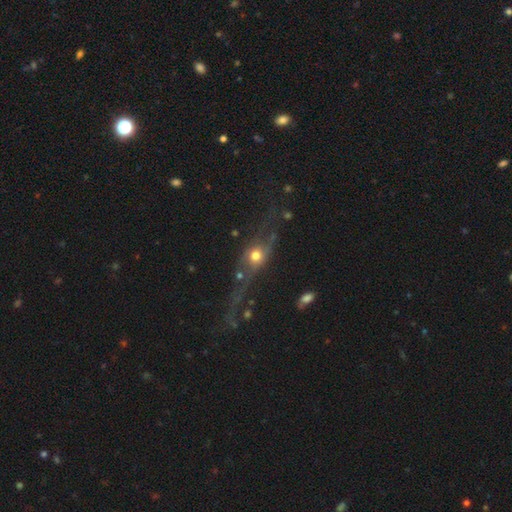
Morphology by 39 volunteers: This is possibly a featured or disk galaxy (54%). It is likely not viewed edge-on (62%). Bar: clearly no (92%). Spiral arm pattern: likely no (62%). Central bulge: clearly moderate (85%). Merging: marginally major disturbance (35%).